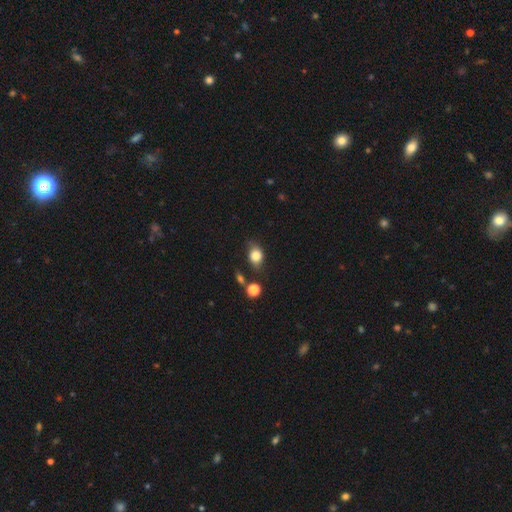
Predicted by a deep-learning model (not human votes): Smooth or featured?
  - smooth: 81% *
  - star or artifact: 10%
  - featured or disk: 9%
How rounded?
  - in between: 62% *
  - round: 36%
  - cigar-shaped: 2%
Merging?
  - none: 67% *
  - minor disturbance: 21%
  - merger: 6%
  - major disturbance: 6%